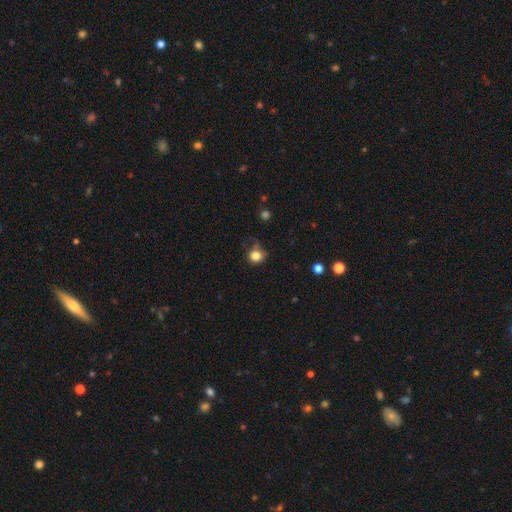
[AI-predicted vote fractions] A smooth galaxy with no disk features (82%) that is round (80%).

Vote fractions:
- Smooth or featured? smooth: 82% / star or artifact: 11% / featured or disk: 7%
- How rounded? round: 80% / in between: 19% / cigar-shaped: 1%
- Merging? none: 59% / minor disturbance: 25% / major disturbance: 11% / merger: 5%